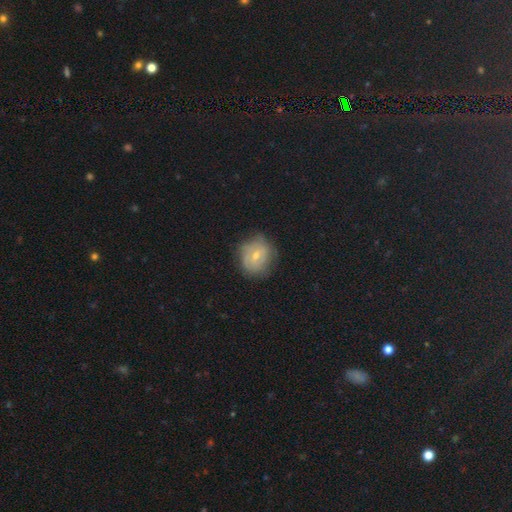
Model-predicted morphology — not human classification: This is possibly a featured or disk galaxy (49%). Merging: likely none (70%).